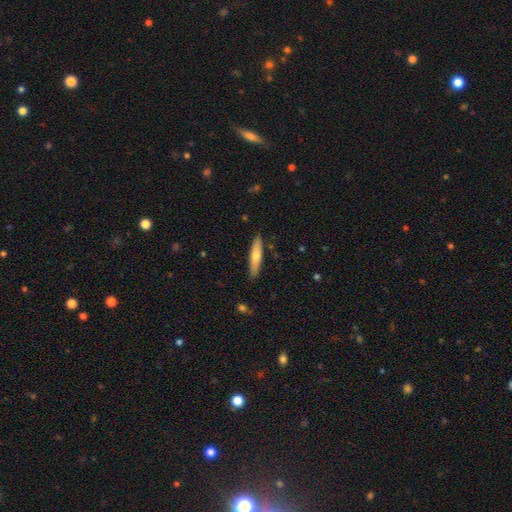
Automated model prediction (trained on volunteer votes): Q: Smooth or featured?
A: smooth (61%); runner-up: featured or disk (33%)
Q: How rounded?
A: cigar-shaped (83%); runner-up: in between (16%)
Q: Merging?
A: none (88%); runner-up: minor disturbance (9%)